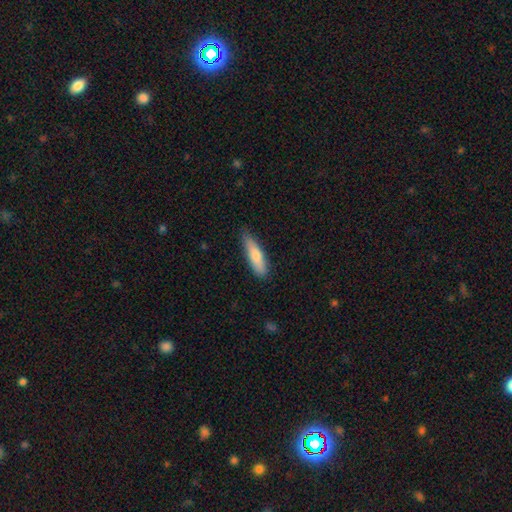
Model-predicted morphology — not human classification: This appears to be a smooth galaxy with no disk features (73%) that is cigar-shaped (74%). Merging: none (81%).